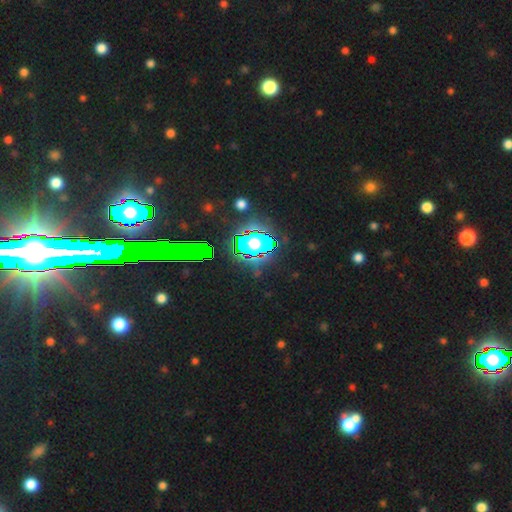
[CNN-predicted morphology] Smooth or featured: star or artifact — 83% (featured or disk — 9%)